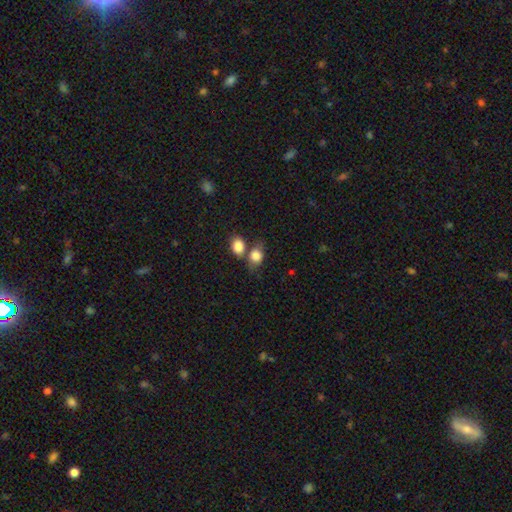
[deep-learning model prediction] Smooth or featured: smooth — 83% (featured or disk — 9%)
How rounded: in between — 59% (round — 40%)
Merging: merger — 41% (none — 40%)